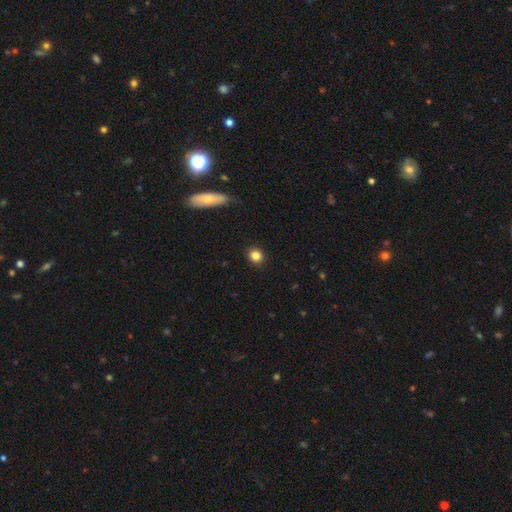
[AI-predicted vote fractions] smooth_or_featured: smooth (p=0.84) [alt: star or artifact p=0.11]
how_rounded: round (p=0.85) [alt: in between p=0.14]
merging: none (p=0.90) [alt: minor disturbance p=0.06]